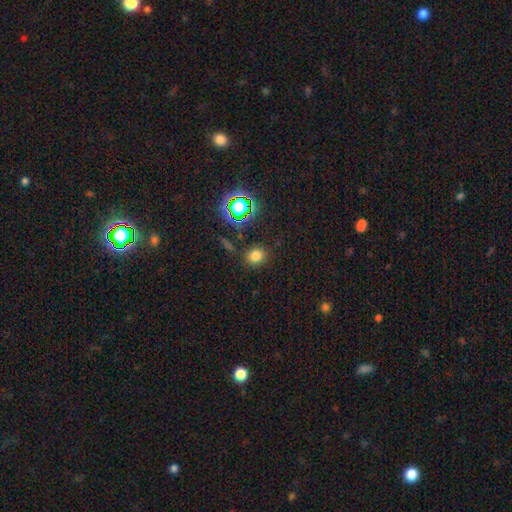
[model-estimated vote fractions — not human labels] Q: Smooth or featured?
A: smooth (73%); runner-up: star or artifact (20%)
Q: How rounded?
A: round (71%); runner-up: in between (28%)
Q: Merging?
A: none (84%); runner-up: minor disturbance (9%)